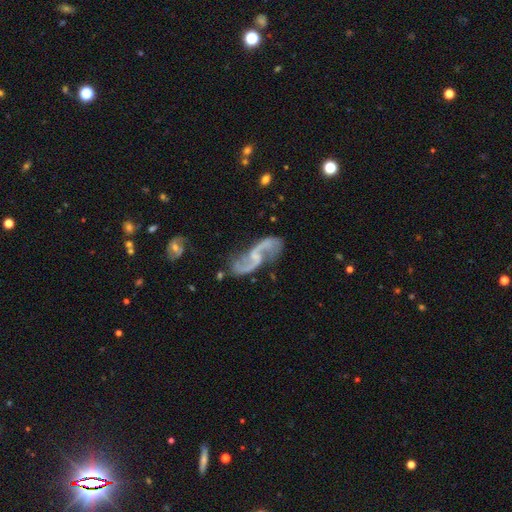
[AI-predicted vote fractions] Smooth or featured: featured or disk — 89% (star or artifact — 5%)
Edge-on disk: no — 96% (yes — 4%)
Bar: weak — 46% (no — 37%)
Spiral arms: yes — 96% (no — 4%)
Spiral winding: loose — 71% (medium — 24%)
Spiral arm count: 2 — 93% (can't tell — 2%)
Bulge size: small — 44% (none — 40%)
Merging: none — 69% (minor disturbance — 17%)